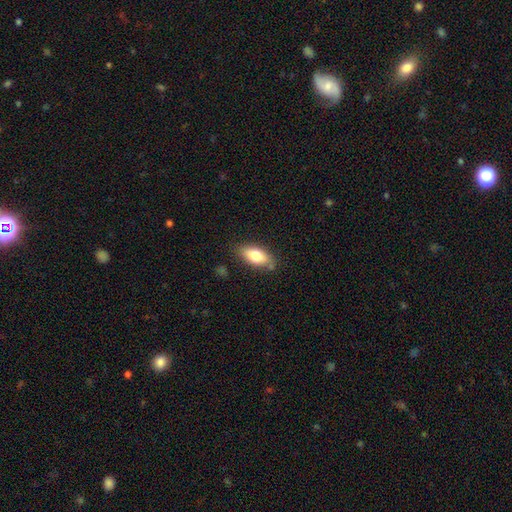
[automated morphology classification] Q: Smooth or featured?
A: smooth (77%); runner-up: featured or disk (16%)
Q: How rounded?
A: in between (87%); runner-up: cigar-shaped (10%)
Q: Merging?
A: none (77%); runner-up: minor disturbance (17%)